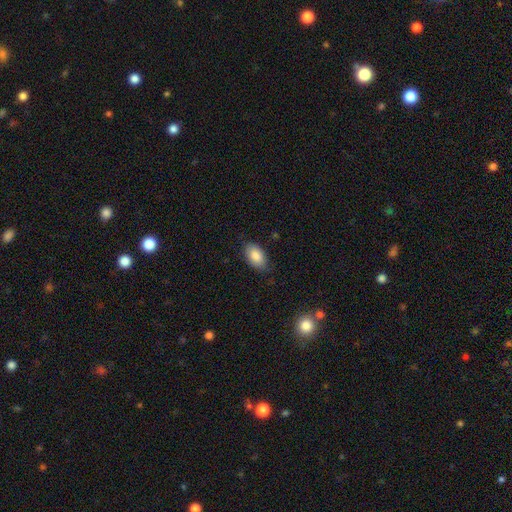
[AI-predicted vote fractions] A smooth galaxy with no disk features (86%) that is in between round and cigar-shaped (93%). Merging: none (80%).